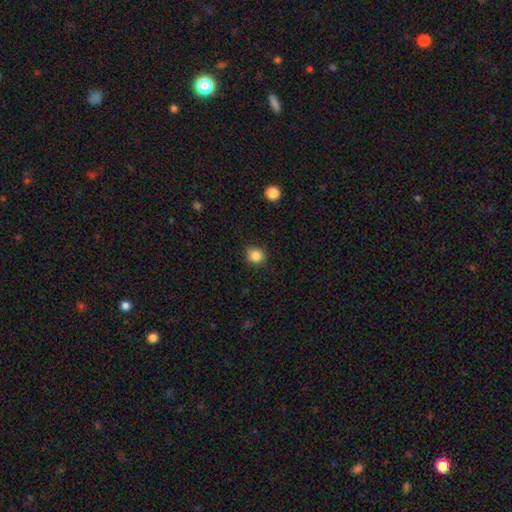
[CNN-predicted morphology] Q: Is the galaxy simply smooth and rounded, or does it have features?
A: smooth — 86%.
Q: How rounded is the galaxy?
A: round — 83%.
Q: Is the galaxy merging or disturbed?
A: none — 87%.